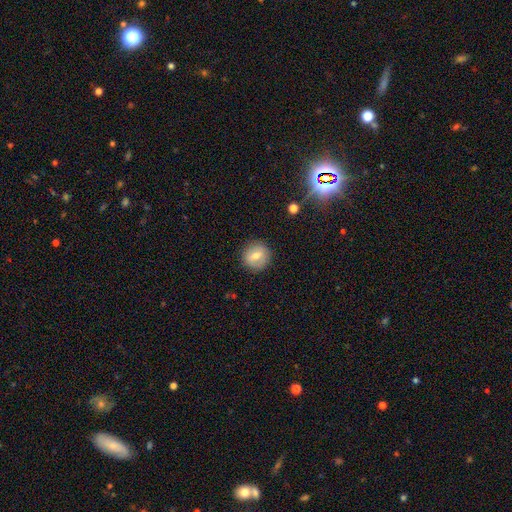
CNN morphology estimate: smooth 64%, featured or disk 25%, star or artifact 11%. Down the decision tree: how rounded — round (91%); merging — none (89%).